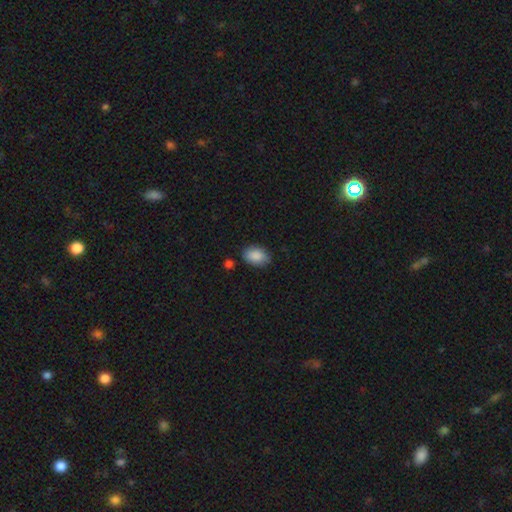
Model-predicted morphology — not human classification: smooth_or_featured: smooth (p=0.89) [alt: star or artifact p=0.07]
how_rounded: in between (p=0.88) [alt: round p=0.11]
merging: none (p=0.81) [alt: minor disturbance p=0.14]